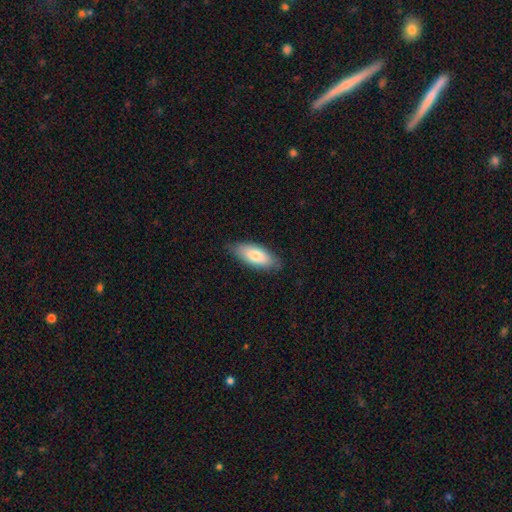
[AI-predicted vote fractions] Morphology: type=smooth (77%); roundness=in between (80%); merging=none (82%).